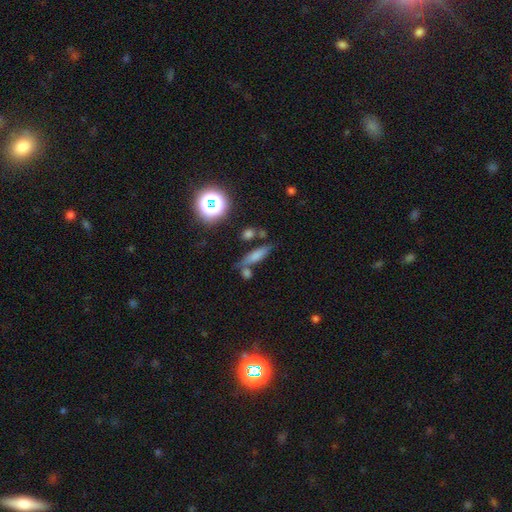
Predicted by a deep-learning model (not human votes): A smooth galaxy with no disk features (68%) that is cigar-shaped (63%). Merging: none (63%).